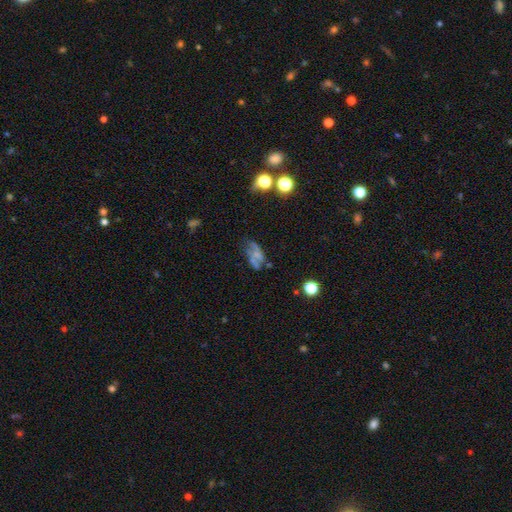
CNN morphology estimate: This appears to be a featured or disk galaxy (52%). Merging: none (39%).